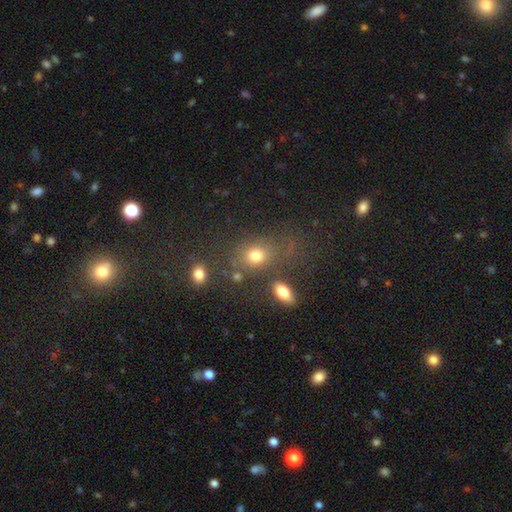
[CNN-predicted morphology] Overall: smooth (74%). How rounded: in between (51%; round 47%). Merging: none (61%).